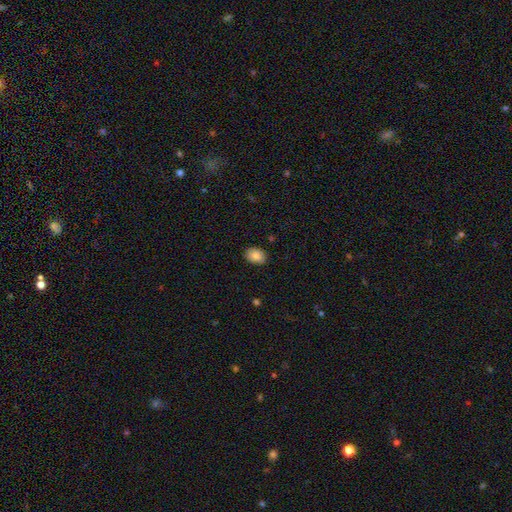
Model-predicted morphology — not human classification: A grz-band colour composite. It shows a smooth galaxy with no disk features (81%) that is in between round and cigar-shaped (72%). Merging: none (87%).